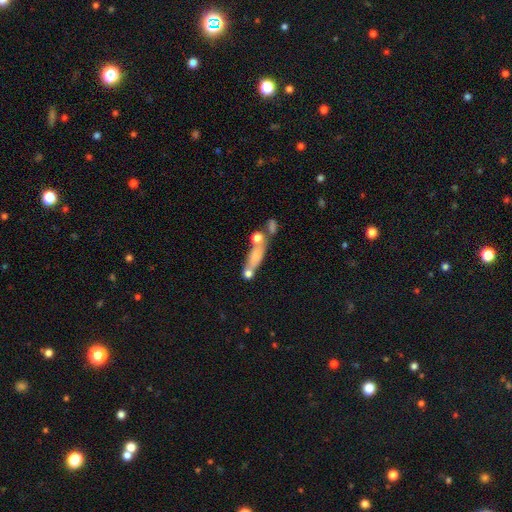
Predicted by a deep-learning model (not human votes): smooth_or_featured: smooth (p=0.60) [alt: featured or disk p=0.29]
how_rounded: cigar-shaped (p=0.53) [alt: in between p=0.36]
merging: merger (p=0.40) [alt: none p=0.36]